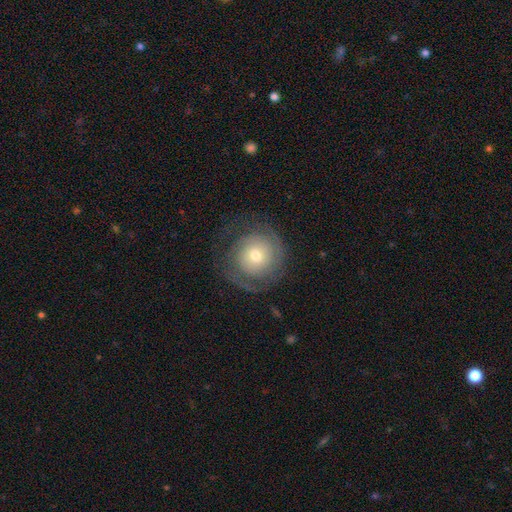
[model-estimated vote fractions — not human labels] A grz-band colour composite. It shows a featured or disk galaxy (63%) with no bar (78%), 2 (50%) tight (64%) spiral arms (85%) and a moderate central bulge (52%). Merging: none (71%).